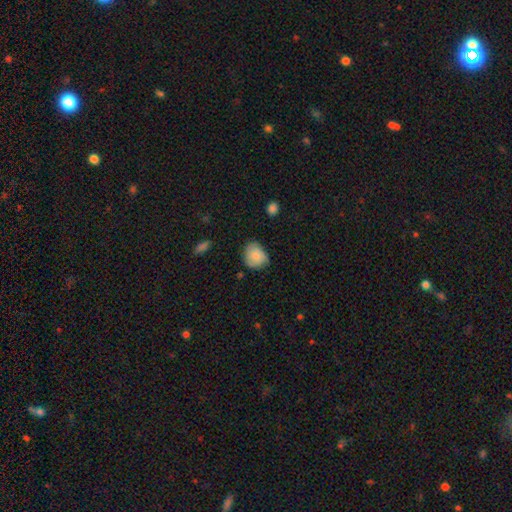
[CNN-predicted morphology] smooth-or-featured: smooth: 76% | featured or disk: 17% | star or artifact: 8%
  how-rounded: round: 63% | in between: 36% | cigar-shaped: 1%
  merging: none: 62% | minor disturbance: 31% | major disturbance: 6% | merger: 2%